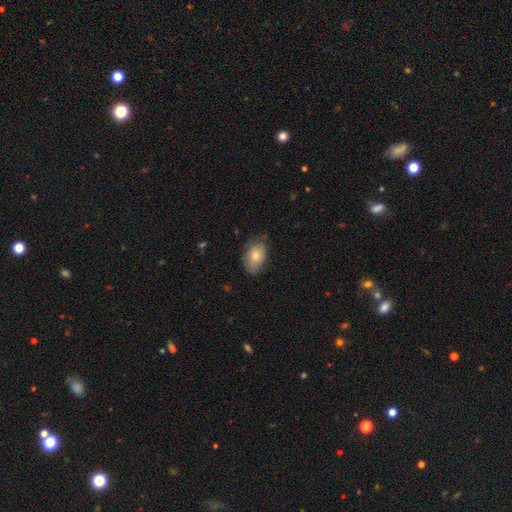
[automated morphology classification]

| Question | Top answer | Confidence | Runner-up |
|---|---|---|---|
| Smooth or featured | smooth | 77% | featured or disk (16%) |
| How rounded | in between | 88% | round (11%) |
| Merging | none | 68% | minor disturbance (25%) |